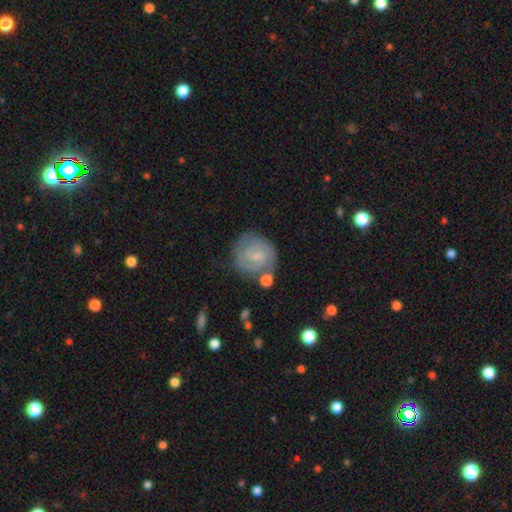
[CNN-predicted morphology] Overall: featured or disk (75%). Edge-on disk: no (98%). Bar: weak (57%; no 28%). Spiral arms: yes (94%). Spiral arm count: 2 (70%). Spiral winding: tight (56%; medium 35%). Bulge size: small (62%). Merging: none (71%).